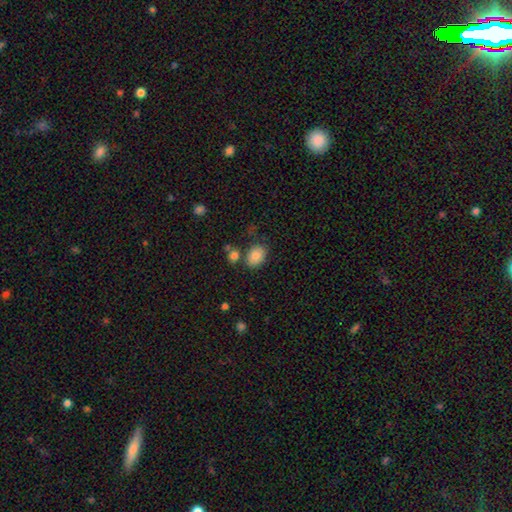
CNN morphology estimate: Q: Smooth or featured?
A: smooth (85%); runner-up: star or artifact (9%)
Q: How rounded?
A: in between (74%); runner-up: round (25%)
Q: Merging?
A: none (73%); runner-up: minor disturbance (14%)